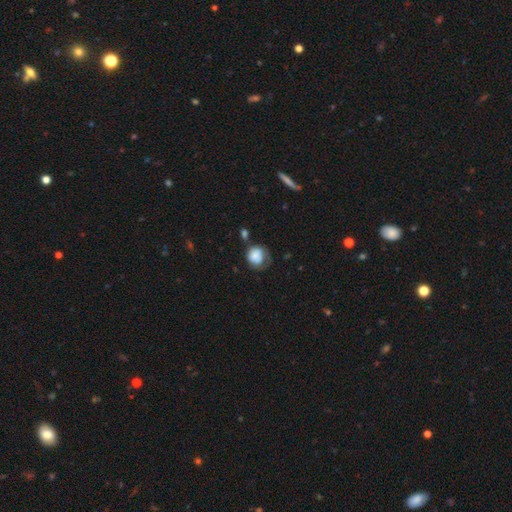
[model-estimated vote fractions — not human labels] smooth-or-featured: smooth: 78% | featured or disk: 14% | star or artifact: 8%
  how-rounded: round: 78% | in between: 21% | cigar-shaped: 1%
  merging: none: 42% | minor disturbance: 31% | major disturbance: 20% | merger: 6%